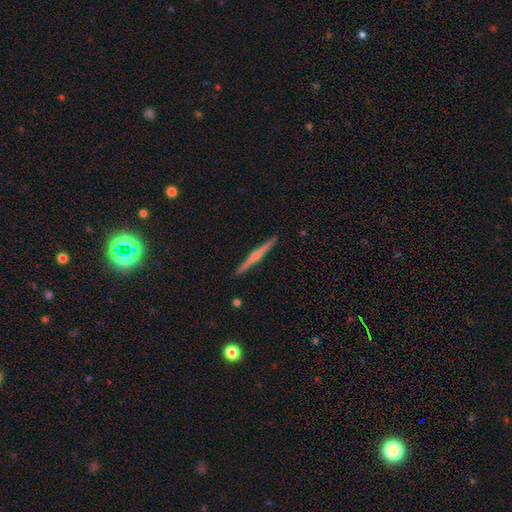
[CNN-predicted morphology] featured or disk 72%, smooth 22%, star or artifact 6%. Down the decision tree: edge-on disk — yes (98%); edge-on bulge — rounded (79%); merging — none (92%).